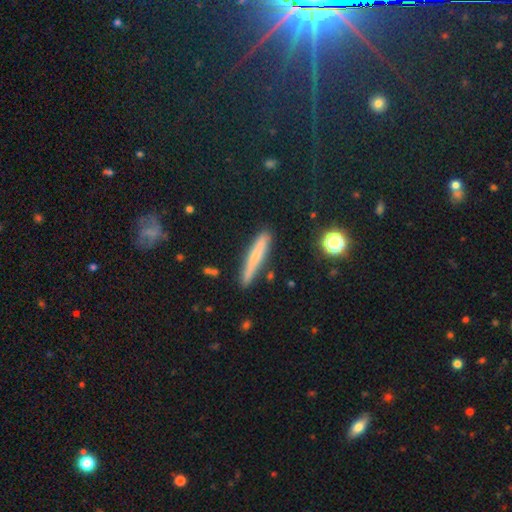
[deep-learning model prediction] Smooth or featured? Predicted: smooth (p=0.61). How rounded? Predicted: cigar-shaped (p=0.93). Merging? Predicted: none (p=0.85).